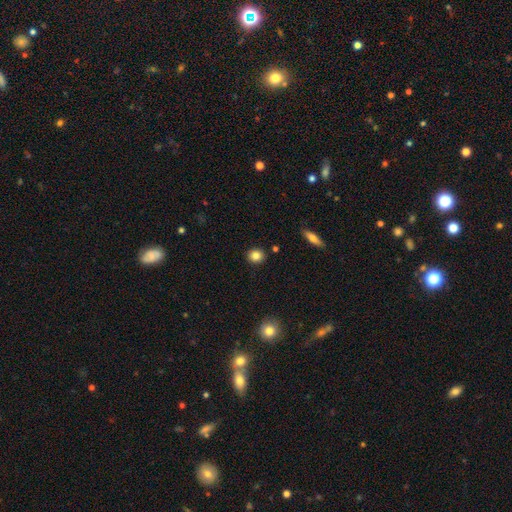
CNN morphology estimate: The model was most divided on "how rounded": round: 80%, in between: 19%, cigar-shaped: 1%. More confident: merging — none (90%); smooth or featured — smooth (83%).